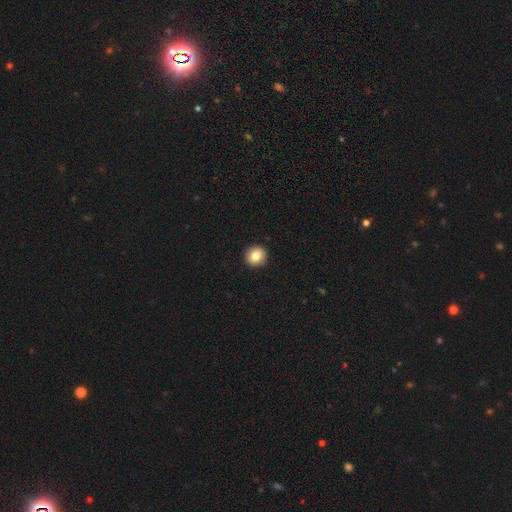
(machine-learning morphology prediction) Smooth or featured?
  - smooth: 83% *
  - star or artifact: 9%
  - featured or disk: 9%
How rounded?
  - round: 92% *
  - in between: 7%
  - cigar-shaped: 1%
Merging?
  - none: 93% *
  - minor disturbance: 4%
  - major disturbance: 1%
  - merger: 1%